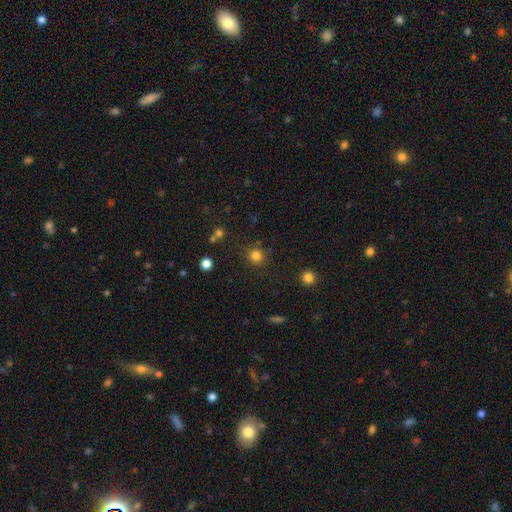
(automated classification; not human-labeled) smooth 81%, star or artifact 14%, featured or disk 5%. Down the decision tree: how rounded — round (91%); merging — none (84%).